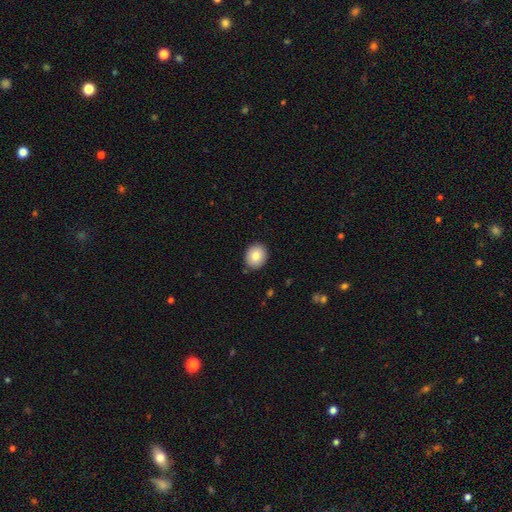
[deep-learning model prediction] Overall: smooth (84%). How rounded: round (66%; in between 33%). Merging: none (88%).